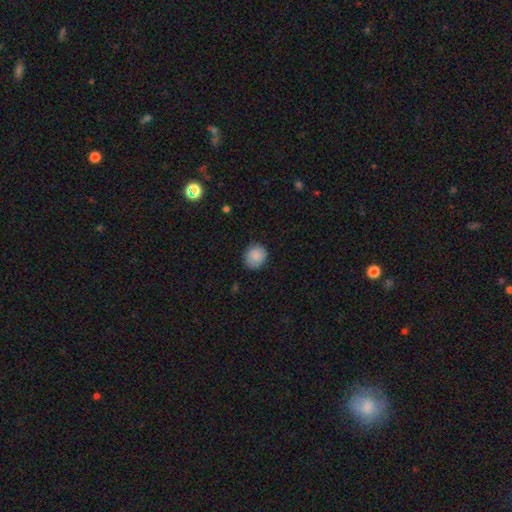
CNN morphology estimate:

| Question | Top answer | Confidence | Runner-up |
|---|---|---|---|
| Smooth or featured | smooth | 88% | star or artifact (8%) |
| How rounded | round | 81% | in between (18%) |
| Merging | none | 87% | minor disturbance (10%) |